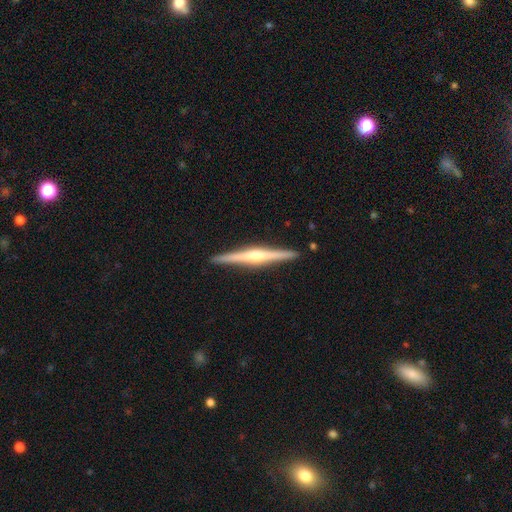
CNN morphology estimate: smooth_or_featured: featured or disk (p=0.82) [alt: smooth p=0.13]
disk_edge_on: yes (p=0.98) [alt: no p=0.02]
edge_on_bulge: rounded (p=0.83) [alt: boxy p=0.10]
merging: none (p=0.91) [alt: minor disturbance p=0.06]